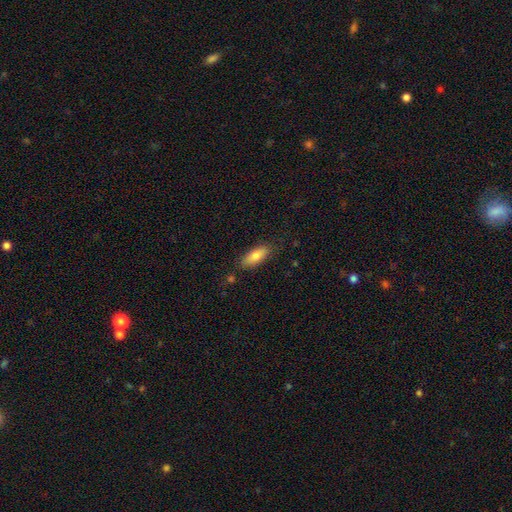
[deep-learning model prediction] A smooth galaxy with no disk features (78%) that is in between round and cigar-shaped (69%). Merging: none (81%).